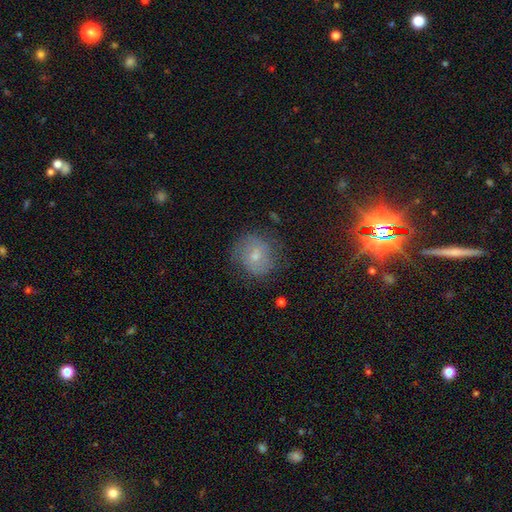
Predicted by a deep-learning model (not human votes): A smooth galaxy with no disk features (50%) that is round (81%). Merging: none (71%).